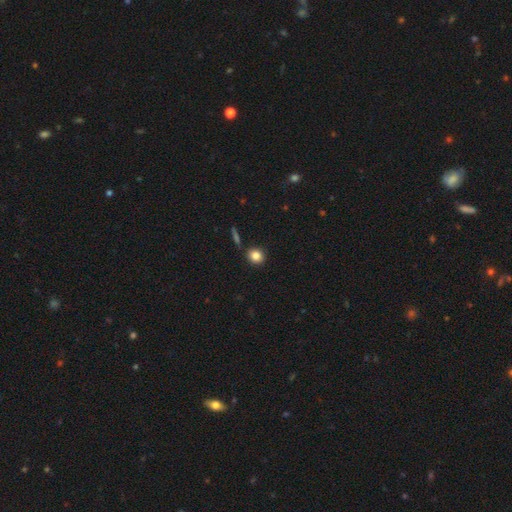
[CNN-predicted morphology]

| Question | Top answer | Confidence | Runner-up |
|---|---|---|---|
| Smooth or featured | smooth | 83% | star or artifact (10%) |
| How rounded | round | 81% | in between (18%) |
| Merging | none | 85% | minor disturbance (8%) |